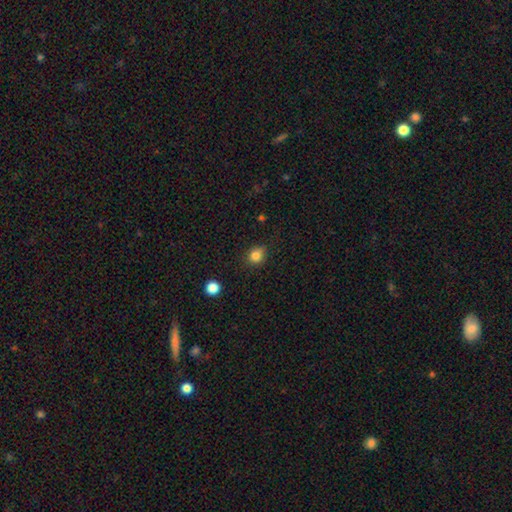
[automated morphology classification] The model was most divided on "how rounded": round: 76%, in between: 23%, cigar-shaped: 1%. More confident: smooth or featured — smooth (83%); merging — none (81%).